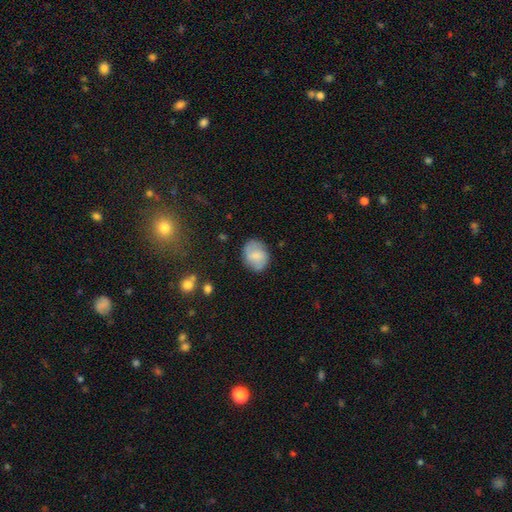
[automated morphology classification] smooth 67%, featured or disk 25%, star or artifact 8%. Down the decision tree: how rounded — in between (50%); merging — none (79%).